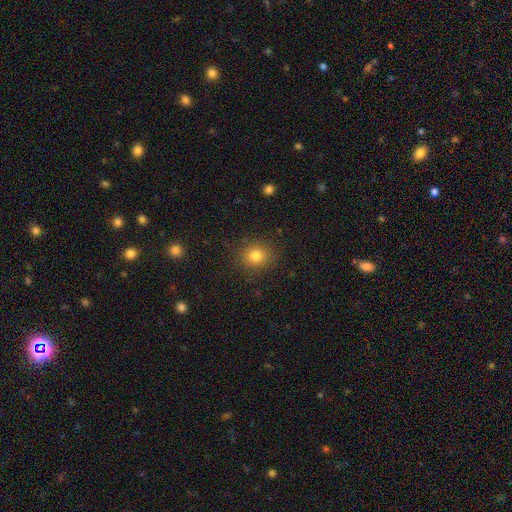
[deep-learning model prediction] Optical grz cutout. It shows a smooth galaxy with no disk features (81%) that is round (85%). Merging: none (88%).